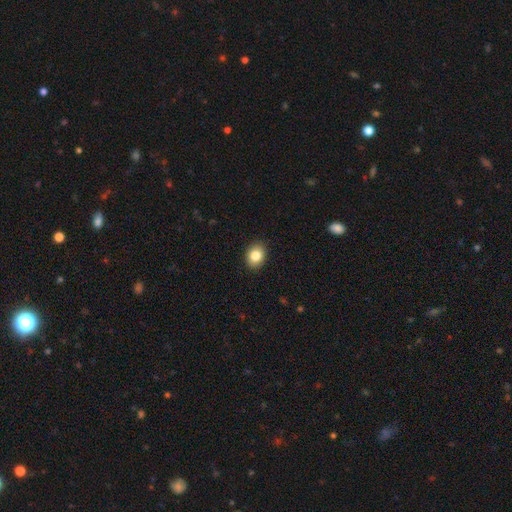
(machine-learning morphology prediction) Q: Smooth or featured?
A: smooth (84%); runner-up: star or artifact (9%)
Q: How rounded?
A: in between (57%); runner-up: round (43%)
Q: Merging?
A: none (90%); runner-up: minor disturbance (7%)